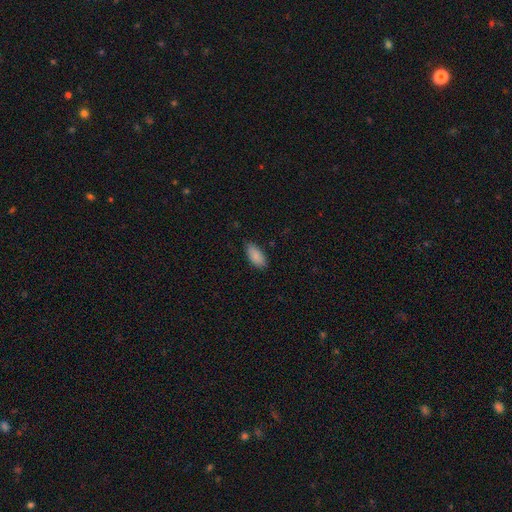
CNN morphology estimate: The model was most divided on "merging": none: 83%, minor disturbance: 13%, major disturbance: 2%, merger: 1%. More confident: how rounded — in between (91%); smooth or featured — smooth (87%).